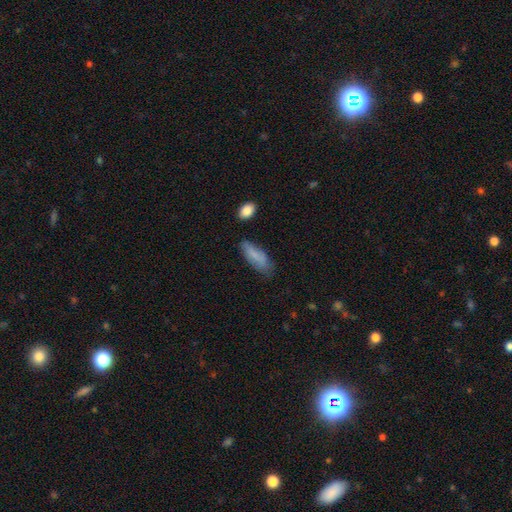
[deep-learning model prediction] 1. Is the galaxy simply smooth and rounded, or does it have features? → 80% smooth, 13% featured or disk, 7% star or artifact.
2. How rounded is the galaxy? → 64% in between, 34% cigar-shaped, 2% round.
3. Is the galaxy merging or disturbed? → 61% none, 28% minor disturbance, 8% major disturbance, 4% merger.